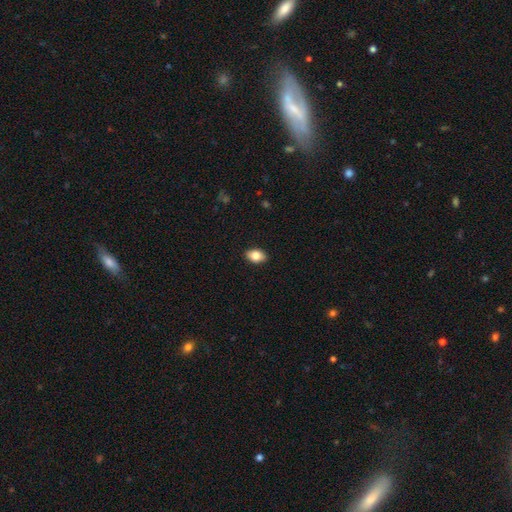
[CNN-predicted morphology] smooth-or-featured: smooth: 82% | featured or disk: 10% | star or artifact: 8%
  how-rounded: in between: 87% | round: 12% | cigar-shaped: 2%
  merging: none: 89% | minor disturbance: 8% | major disturbance: 2% | merger: 1%